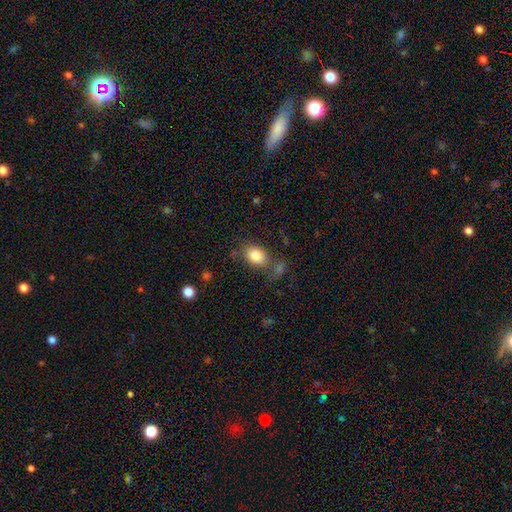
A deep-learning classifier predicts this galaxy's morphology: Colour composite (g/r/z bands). It shows a smooth galaxy with no disk features (84%) that is in between round and cigar-shaped (73%). Merging: none (62%).